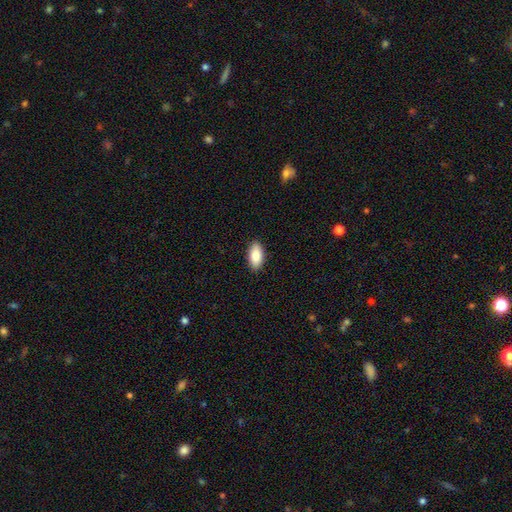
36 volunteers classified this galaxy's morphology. This is clearly a smooth galaxy (86%). How rounded: clearly in between (94%). Merging: clearly none (88%).